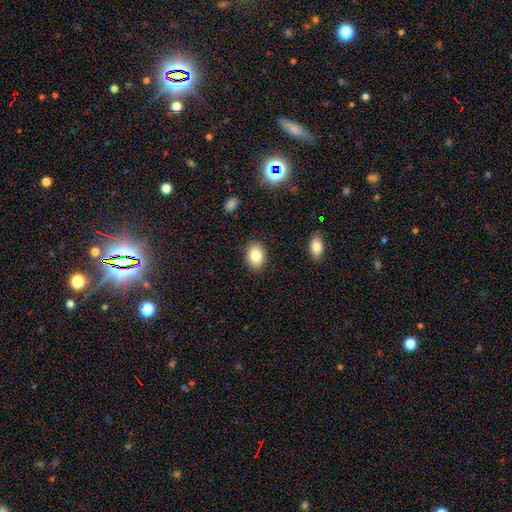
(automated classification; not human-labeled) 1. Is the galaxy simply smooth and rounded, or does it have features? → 83% smooth, 9% star or artifact, 8% featured or disk.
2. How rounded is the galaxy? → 70% in between, 29% round, 1% cigar-shaped.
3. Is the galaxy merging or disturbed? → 87% none, 9% minor disturbance, 2% major disturbance, 1% merger.